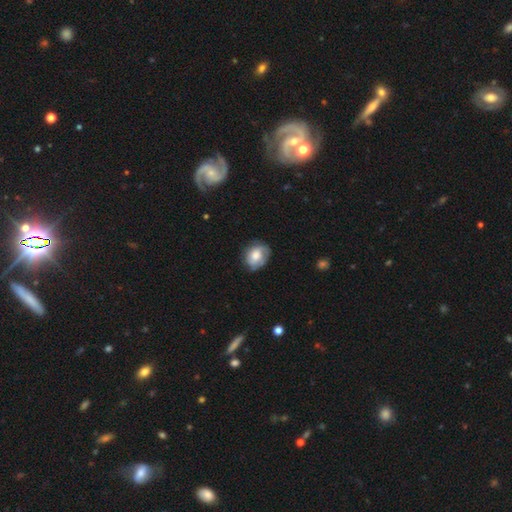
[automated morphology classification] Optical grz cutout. It shows a smooth galaxy with no disk features (59%) that is round (55%). Merging: none (63%).